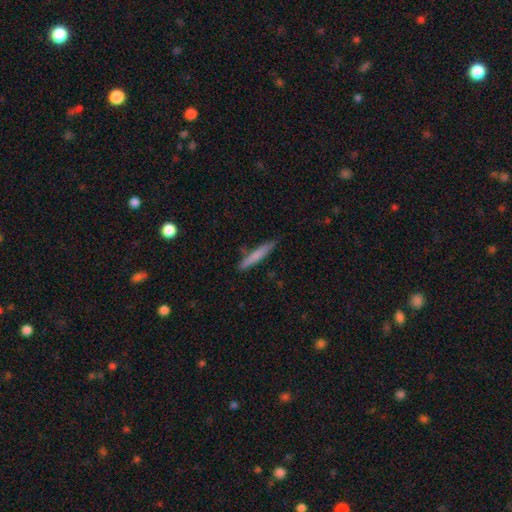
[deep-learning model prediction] smooth 73%, featured or disk 22%, star or artifact 6%. Down the decision tree: how rounded — cigar-shaped (94%); merging — none (84%).